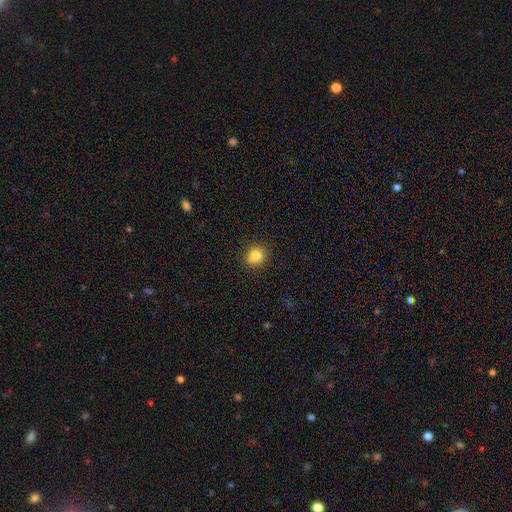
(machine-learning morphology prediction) smooth 83%, star or artifact 11%, featured or disk 6%. Down the decision tree: how rounded — round (84%); merging — none (85%).